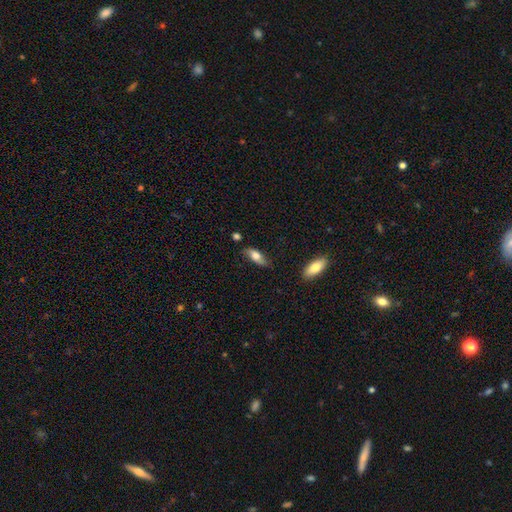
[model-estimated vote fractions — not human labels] Morphology: type=smooth (67%); roundness=in between (74%); merging=none (72%).